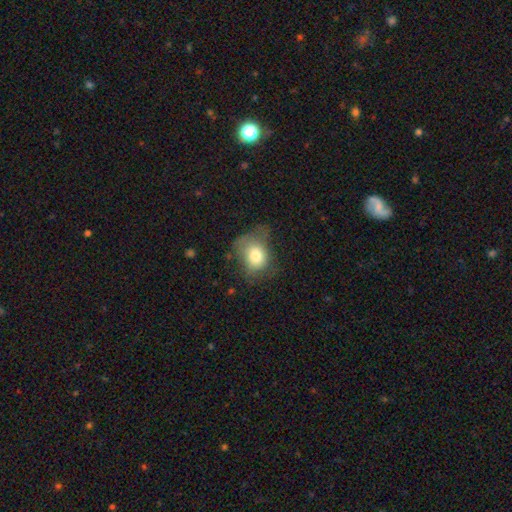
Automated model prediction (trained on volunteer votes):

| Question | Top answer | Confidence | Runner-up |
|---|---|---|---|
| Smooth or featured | smooth | 74% | featured or disk (16%) |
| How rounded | round | 50% | in between (49%) |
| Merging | none | 38% | minor disturbance (33%) |